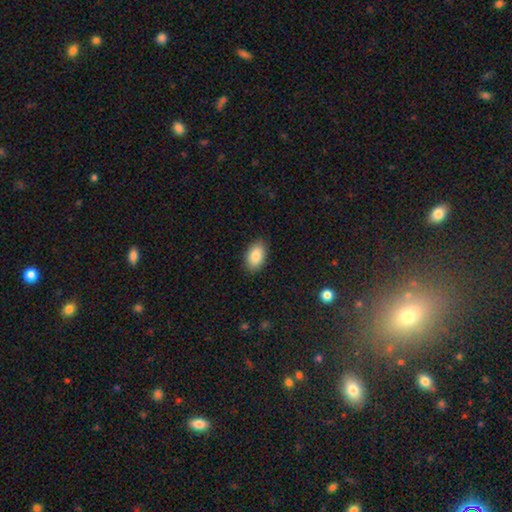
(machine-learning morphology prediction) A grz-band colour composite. It shows a smooth galaxy with no disk features (85%) that is in between round and cigar-shaped (92%). Merging: none (88%).